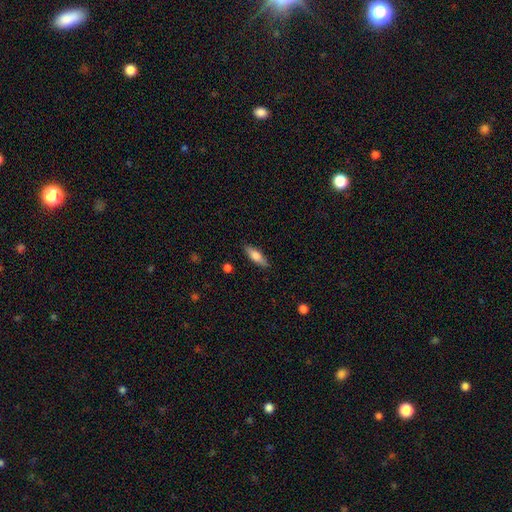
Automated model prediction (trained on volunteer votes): Morphology: type=smooth (68%); roundness=in between (53%); merging=none (87%).